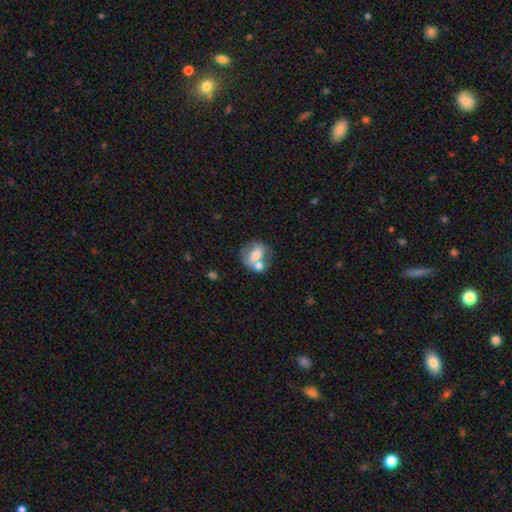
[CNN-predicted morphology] A smooth galaxy with no disk features (58%) that is round (53%). Merging: merger (42%).